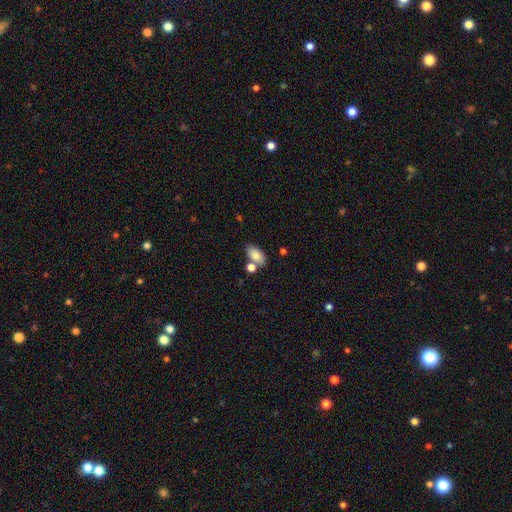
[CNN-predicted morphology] Overall: smooth (83%). How rounded: in between (91%). Merging: none (63%).